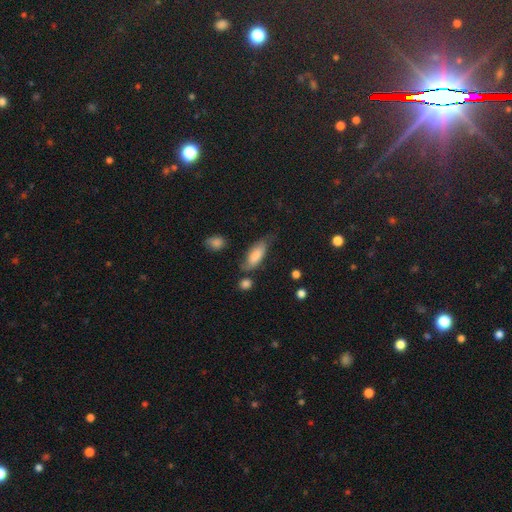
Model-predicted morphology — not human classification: The model was most divided on "merging": none: 52%, minor disturbance: 31%, major disturbance: 11%, merger: 6%. More confident: smooth or featured — smooth (77%); how rounded — in between (76%).